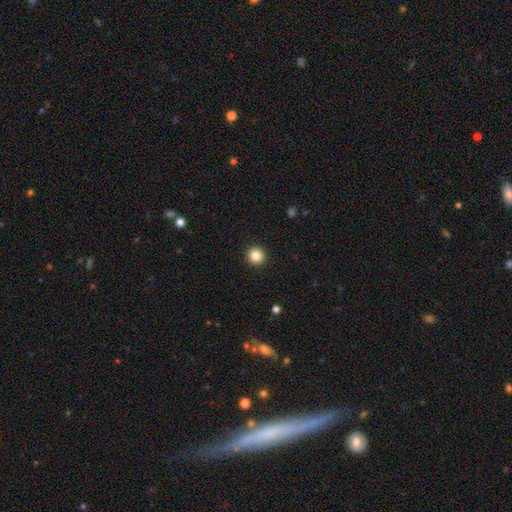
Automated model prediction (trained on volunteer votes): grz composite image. It shows a smooth galaxy with no disk features (85%) that is round (94%). Merging: none (94%).